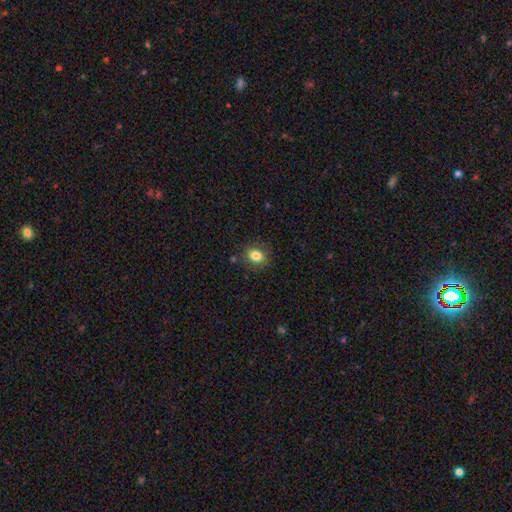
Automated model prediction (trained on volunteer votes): Smooth or featured: smooth — 82% (star or artifact — 10%)
How rounded: in between — 58% (round — 41%)
Merging: none — 84% (minor disturbance — 11%)